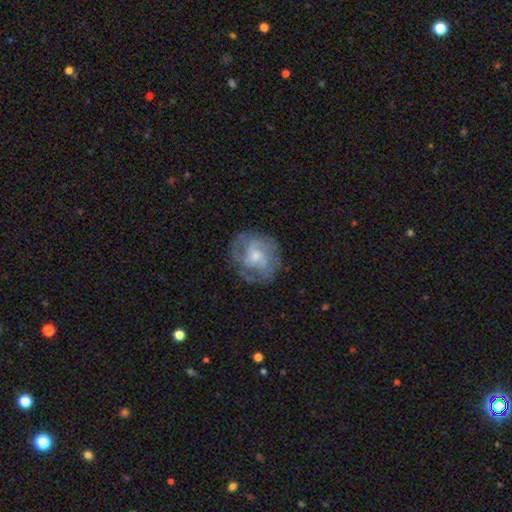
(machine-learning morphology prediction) This is likely a featured or disk galaxy (72%). It is clearly not viewed edge-on (98%). Bar: likely no (62%). Spiral arm pattern: clearly yes (80%). Spiral arm count: marginally can't tell (38%). Spiral winding: marginally tight (43%). Central bulge: possibly small (52%). Merging: likely none (70%).